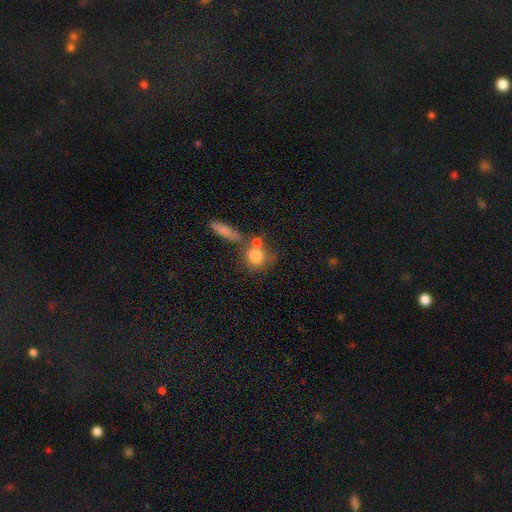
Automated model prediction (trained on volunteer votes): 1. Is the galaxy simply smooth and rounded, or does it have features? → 79% smooth, 12% featured or disk, 9% star or artifact.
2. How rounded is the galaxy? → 78% round, 18% in between, 4% cigar-shaped.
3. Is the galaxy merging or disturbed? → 51% none, 32% merger, 11% minor disturbance, 6% major disturbance.